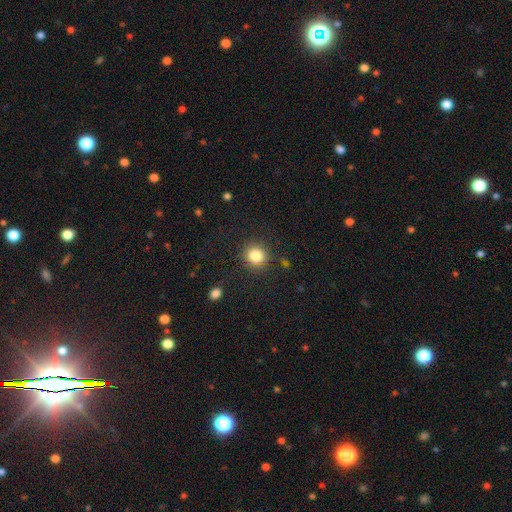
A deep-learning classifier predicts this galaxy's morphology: The model was most divided on "smooth or featured": smooth: 84%, star or artifact: 11%, featured or disk: 6%. More confident: how rounded — round (86%); merging — none (84%).